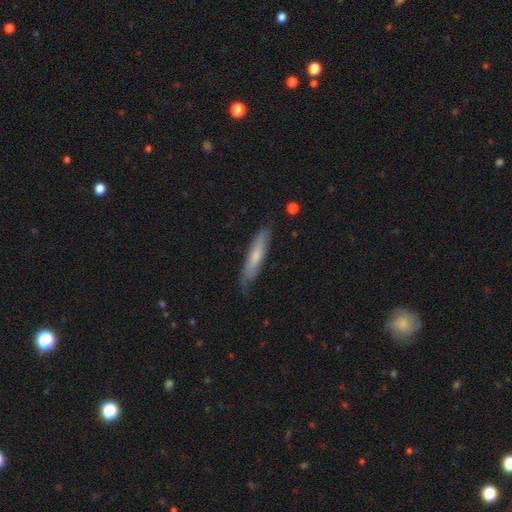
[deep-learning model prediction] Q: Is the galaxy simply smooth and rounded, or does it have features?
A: smooth — 62%.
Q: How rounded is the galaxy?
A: cigar-shaped — 87%.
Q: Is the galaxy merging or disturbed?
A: none — 75%.